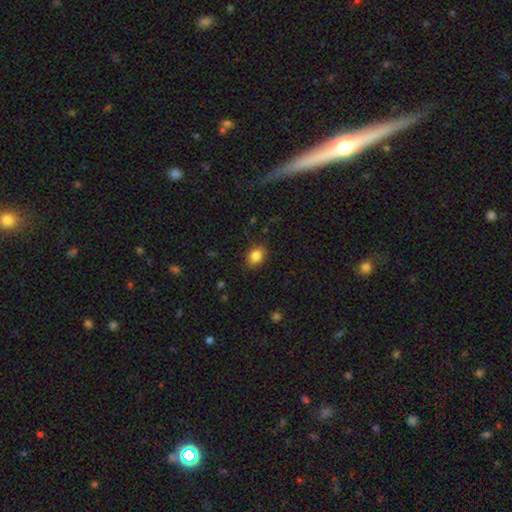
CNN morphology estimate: This is clearly a smooth galaxy (85%). How rounded: possibly in between (58%). Merging: clearly none (86%).